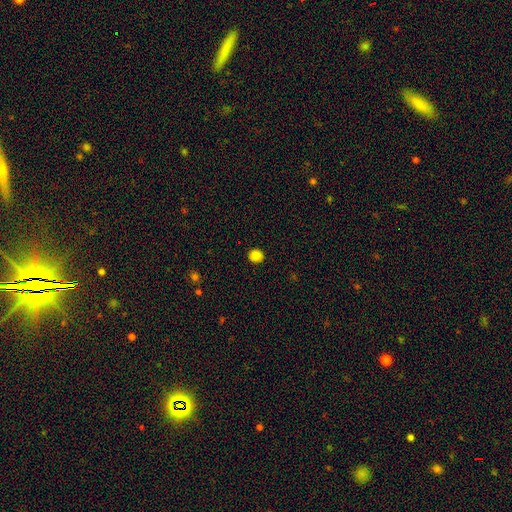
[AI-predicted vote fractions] Morphology: type=smooth (85%); roundness=round (88%); merging=none (91%).